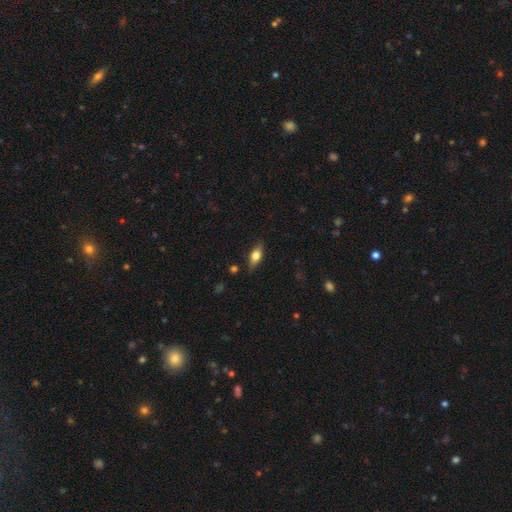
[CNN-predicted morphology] This appears to be a smooth galaxy with no disk features (63%) that is in between round and cigar-shaped (77%). Merging: none (80%).